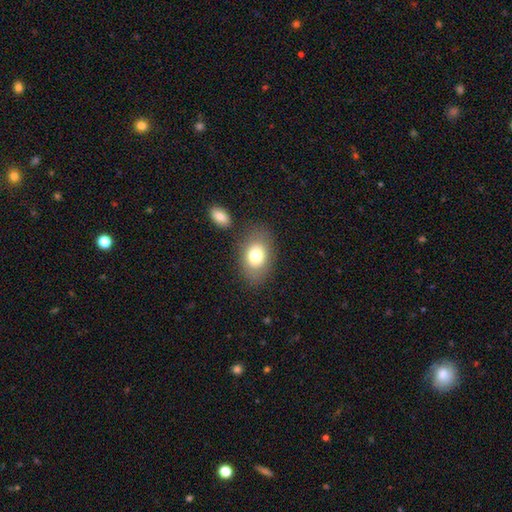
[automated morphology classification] The model was most divided on "how rounded": in between: 78%, round: 21%, cigar-shaped: 1%. More confident: merging — none (76%); smooth or featured — smooth (75%).